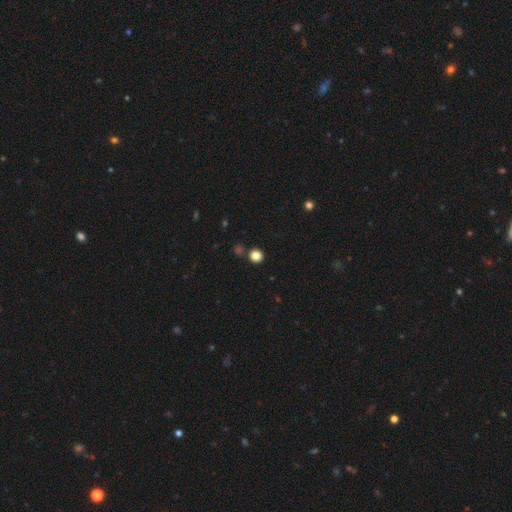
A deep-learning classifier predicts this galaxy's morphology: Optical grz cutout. It shows a smooth galaxy with no disk features (83%) that is round (91%). Merging: none (83%).